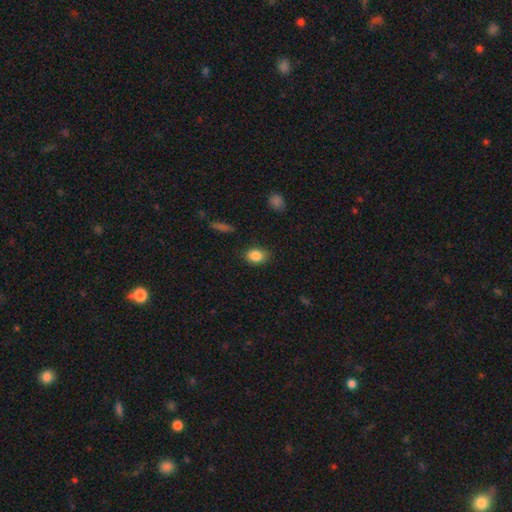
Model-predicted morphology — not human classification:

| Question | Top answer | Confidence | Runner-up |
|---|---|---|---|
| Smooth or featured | smooth | 85% | star or artifact (9%) |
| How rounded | in between | 68% | round (30%) |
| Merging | none | 80% | minor disturbance (15%) |